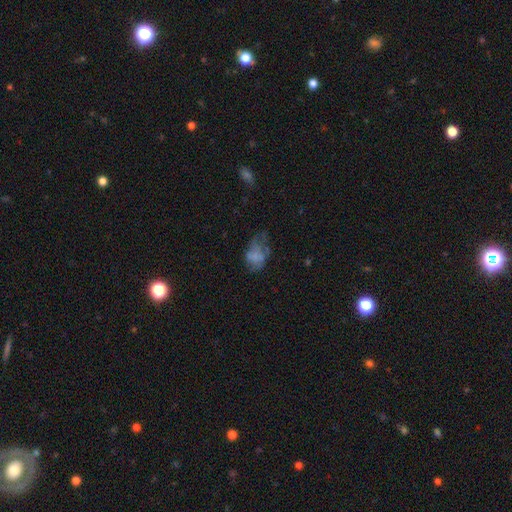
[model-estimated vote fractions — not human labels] A smooth galaxy with no disk features (53%) that is in between round and cigar-shaped (79%).

Vote fractions:
- Smooth or featured? smooth: 53% / featured or disk: 35% / star or artifact: 13%
- How rounded? in between: 79% / round: 20% / cigar-shaped: 1%
- Merging? major disturbance: 41% / none: 28% / minor disturbance: 27% / merger: 5%